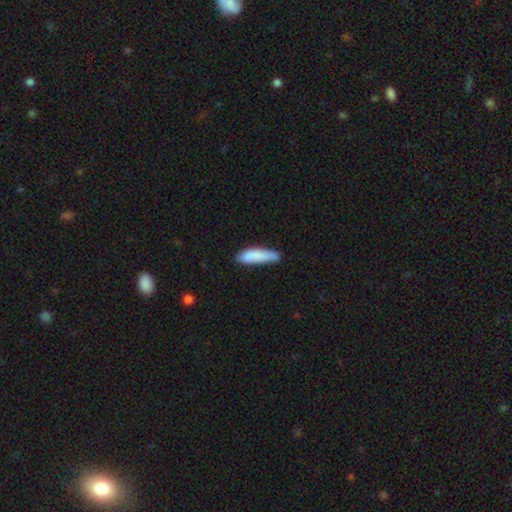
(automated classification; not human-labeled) Smooth or featured? smooth (84%)
How rounded? cigar-shaped (68%)
Merging? none (59%)